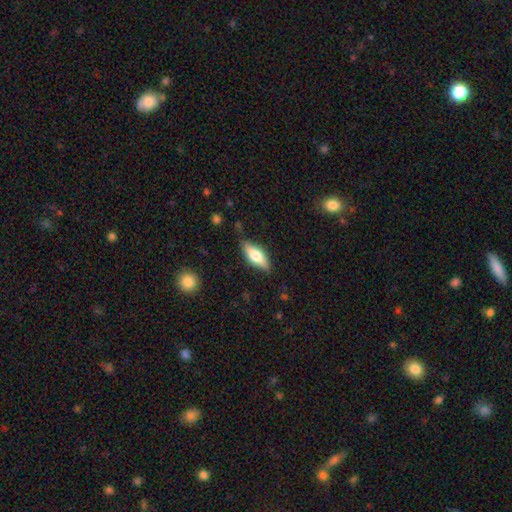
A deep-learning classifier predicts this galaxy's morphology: Overall: smooth (57%; featured or disk 36%). How rounded: in between (65%; cigar-shaped 33%). Merging: none (82%).